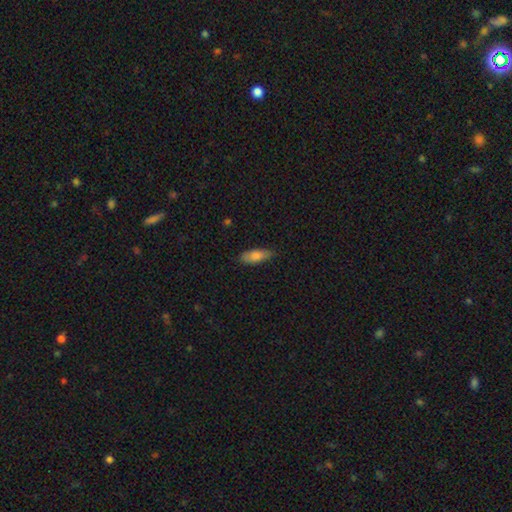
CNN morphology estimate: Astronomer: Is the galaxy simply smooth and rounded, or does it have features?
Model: smooth — 79%.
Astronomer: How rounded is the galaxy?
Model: in between — 72%.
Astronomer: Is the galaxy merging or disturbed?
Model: none — 79%.